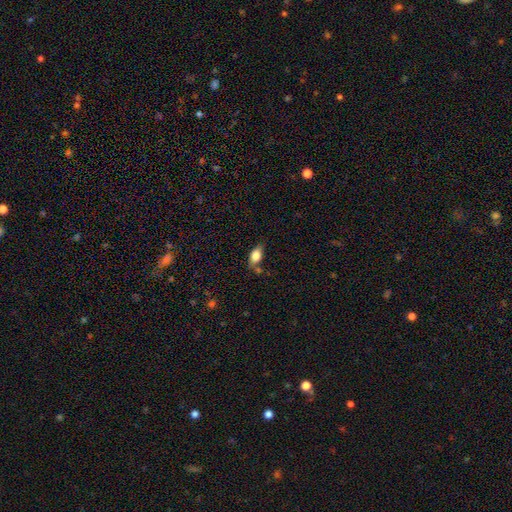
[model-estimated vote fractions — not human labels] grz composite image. It shows a smooth galaxy with no disk features (81%) that is in between round and cigar-shaped (89%). Merging: none (60%).